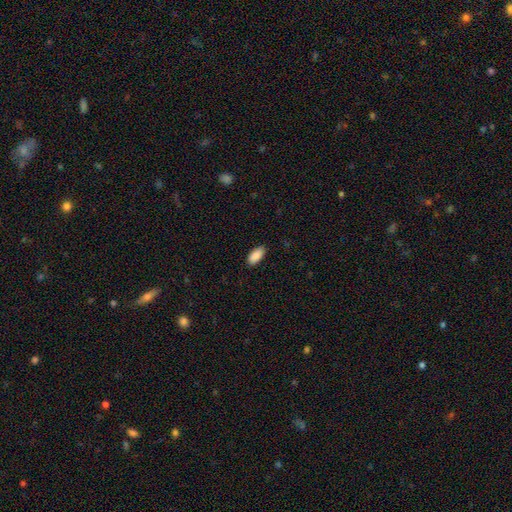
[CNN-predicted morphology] Smooth or featured? smooth (90%)
How rounded? in between (91%)
Merging? none (87%)